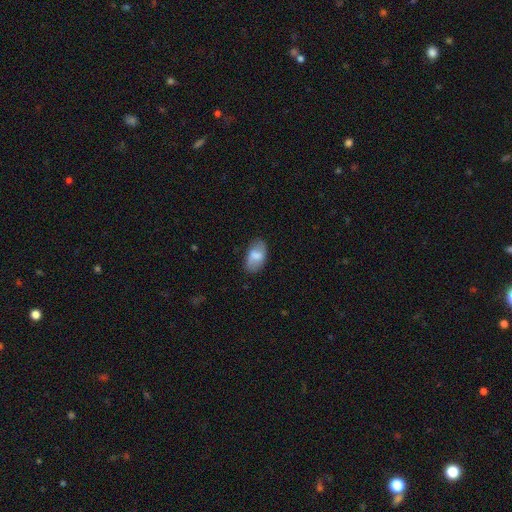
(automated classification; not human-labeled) Smooth or featured?
  - smooth: 67% *
  - featured or disk: 26%
  - star or artifact: 7%
How rounded?
  - in between: 92% *
  - round: 6%
  - cigar-shaped: 2%
Merging?
  - none: 78% *
  - minor disturbance: 16%
  - major disturbance: 4%
  - merger: 1%